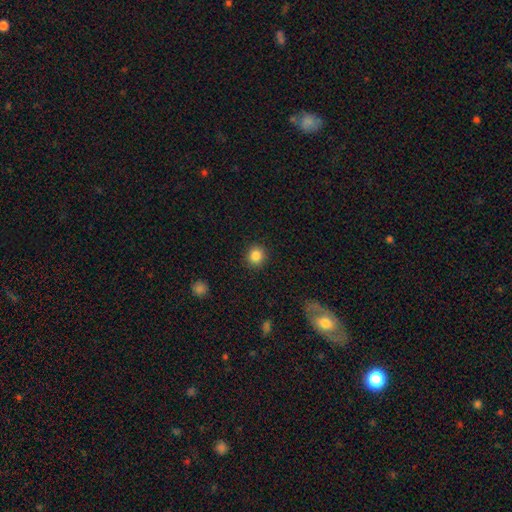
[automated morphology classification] Smooth or featured? Predicted: smooth (p=0.86). How rounded? Predicted: round (p=0.89). Merging? Predicted: none (p=0.91).